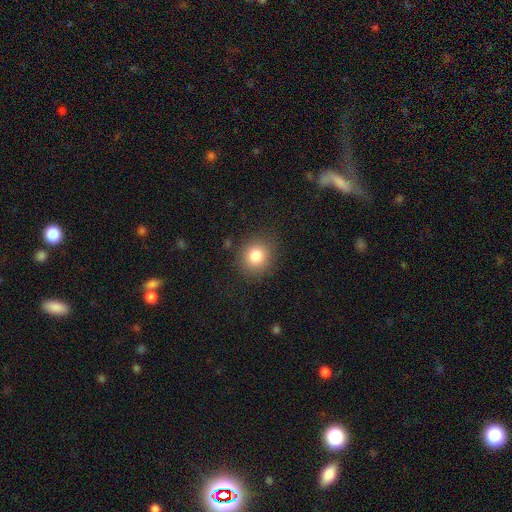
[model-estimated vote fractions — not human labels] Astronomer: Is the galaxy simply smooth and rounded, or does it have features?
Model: smooth — 82%.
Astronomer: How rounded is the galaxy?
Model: round — 83%.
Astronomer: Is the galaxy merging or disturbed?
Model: none — 86%.